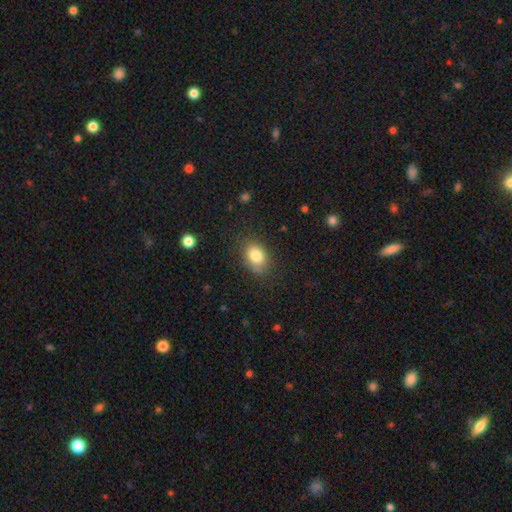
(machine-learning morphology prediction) Smooth or featured?
  - smooth: 82% *
  - featured or disk: 9%
  - star or artifact: 8%
How rounded?
  - in between: 74% *
  - round: 25%
  - cigar-shaped: 1%
Merging?
  - none: 78% *
  - minor disturbance: 16%
  - major disturbance: 5%
  - merger: 2%